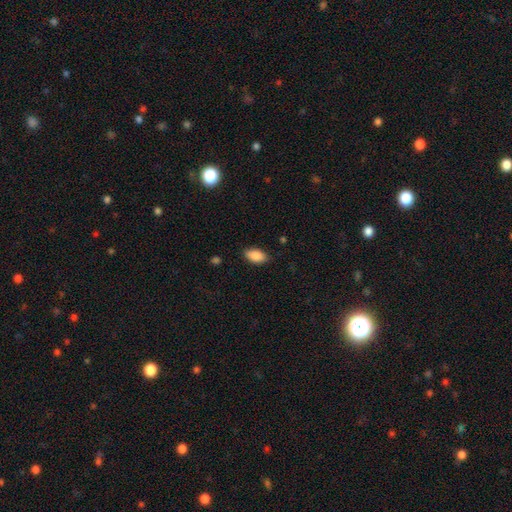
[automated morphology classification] smooth_or_featured: smooth (p=0.88) [alt: star or artifact p=0.07]
how_rounded: in between (p=0.93) [alt: round p=0.04]
merging: none (p=0.85) [alt: minor disturbance p=0.11]